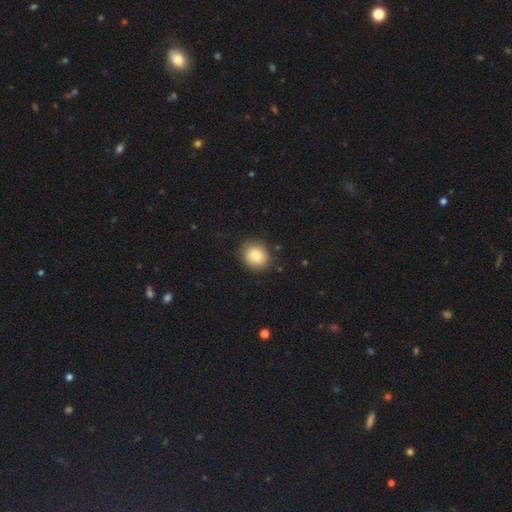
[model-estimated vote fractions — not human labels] Q: Smooth or featured?
A: smooth (83%); runner-up: star or artifact (9%)
Q: How rounded?
A: round (75%); runner-up: in between (25%)
Q: Merging?
A: none (85%); runner-up: minor disturbance (11%)